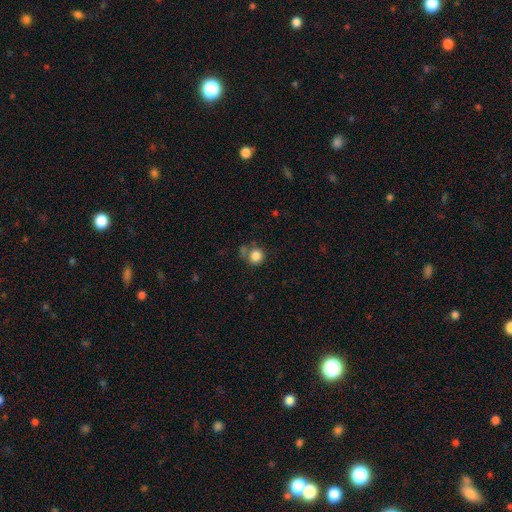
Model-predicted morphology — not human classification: smooth_or_featured: smooth (p=0.84) [alt: star or artifact p=0.11]
how_rounded: round (p=0.91) [alt: in between p=0.08]
merging: none (p=0.67) [alt: merger p=0.14]